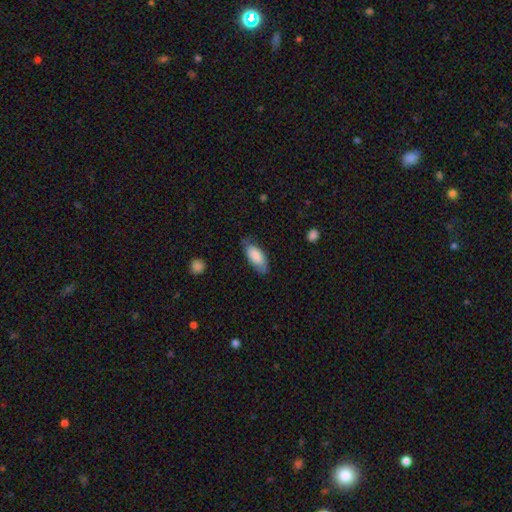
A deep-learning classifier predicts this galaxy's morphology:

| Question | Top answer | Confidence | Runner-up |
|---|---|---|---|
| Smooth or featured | smooth | 84% | featured or disk (10%) |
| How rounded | in between | 85% | cigar-shaped (13%) |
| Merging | none | 69% | minor disturbance (24%) |